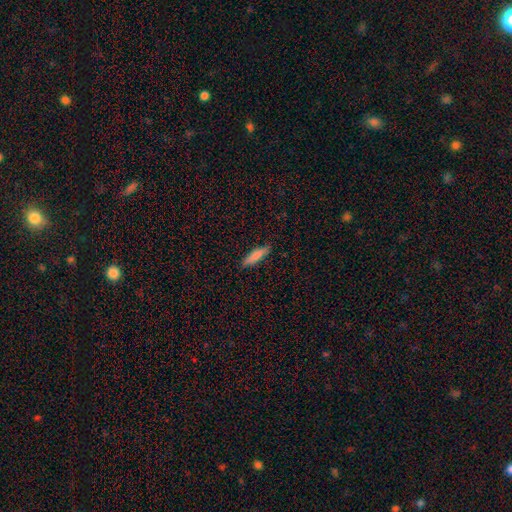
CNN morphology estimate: This appears to be a smooth galaxy with no disk features (80%) that is cigar-shaped (78%). Merging: none (88%).